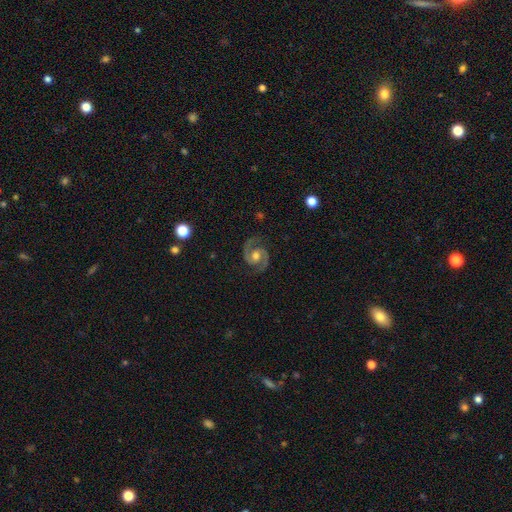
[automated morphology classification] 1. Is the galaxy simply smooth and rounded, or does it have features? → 92% featured or disk, 4% star or artifact, 3% smooth.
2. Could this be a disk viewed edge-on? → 98% no, 2% yes.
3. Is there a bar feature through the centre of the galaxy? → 55% no, 34% weak, 11% strong.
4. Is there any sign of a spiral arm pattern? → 99% yes, 1% no.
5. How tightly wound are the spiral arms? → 61% medium, 29% tight, 10% loose.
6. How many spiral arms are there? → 95% 2, 1% can't tell, 1% 3, 1% 1, 1% 4, 1% more than 4.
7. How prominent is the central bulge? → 74% moderate, 17% small, 6% large, 2% none, 1% dominant.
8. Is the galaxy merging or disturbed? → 85% none, 11% minor disturbance, 3% major disturbance, 1% merger.